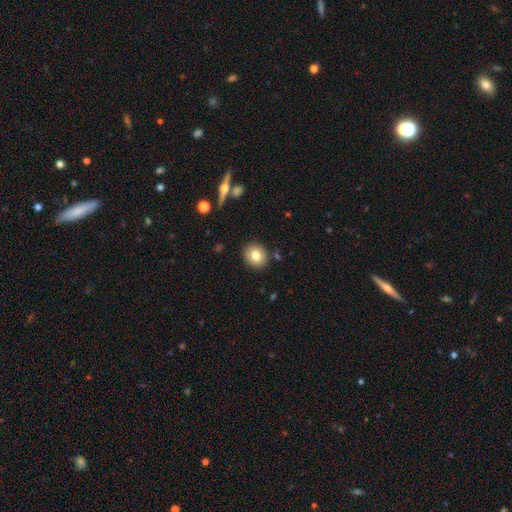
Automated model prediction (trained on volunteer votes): Q: Smooth or featured?
A: smooth (79%); runner-up: featured or disk (11%)
Q: How rounded?
A: round (72%); runner-up: in between (27%)
Q: Merging?
A: none (88%); runner-up: minor disturbance (8%)